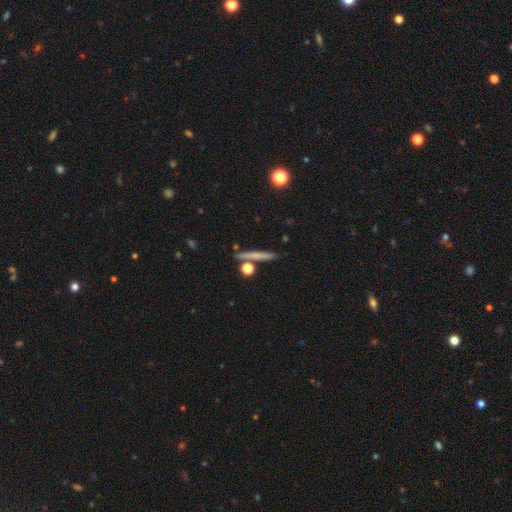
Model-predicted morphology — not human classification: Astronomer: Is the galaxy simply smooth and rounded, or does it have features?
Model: smooth — 57% (runner-up: featured or disk, 35%).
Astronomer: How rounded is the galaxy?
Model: cigar-shaped — 86%.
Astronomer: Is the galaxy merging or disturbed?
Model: none — 82%.